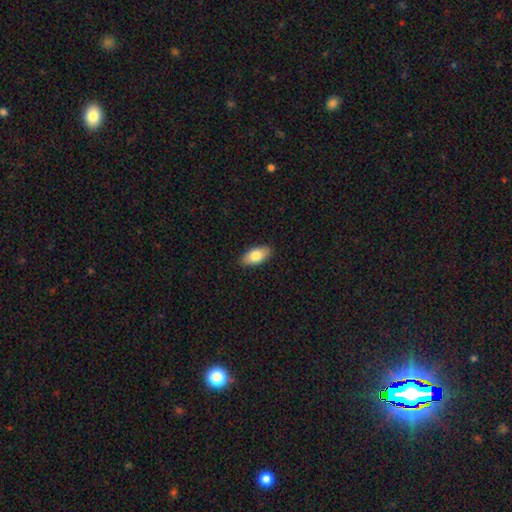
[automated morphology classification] Smooth or featured? Predicted: smooth (p=0.80). How rounded? Predicted: in between (p=0.92). Merging? Predicted: none (p=0.88).